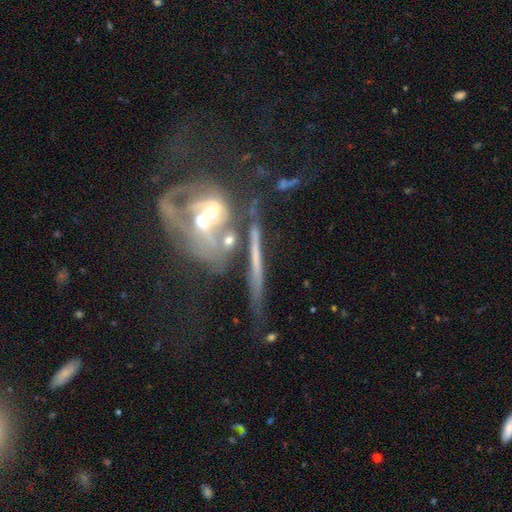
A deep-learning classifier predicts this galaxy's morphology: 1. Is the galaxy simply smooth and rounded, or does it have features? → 68% featured or disk, 21% smooth, 12% star or artifact.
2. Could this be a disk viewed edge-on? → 52% yes, 48% no.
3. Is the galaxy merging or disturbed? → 45% merger, 29% none, 14% major disturbance, 12% minor disturbance.